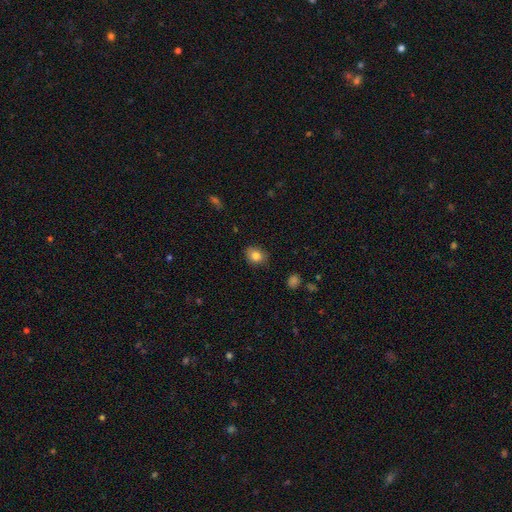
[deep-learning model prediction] Q: Smooth or featured?
A: smooth (83%); runner-up: star or artifact (10%)
Q: How rounded?
A: round (50%); runner-up: in between (49%)
Q: Merging?
A: none (81%); runner-up: minor disturbance (15%)